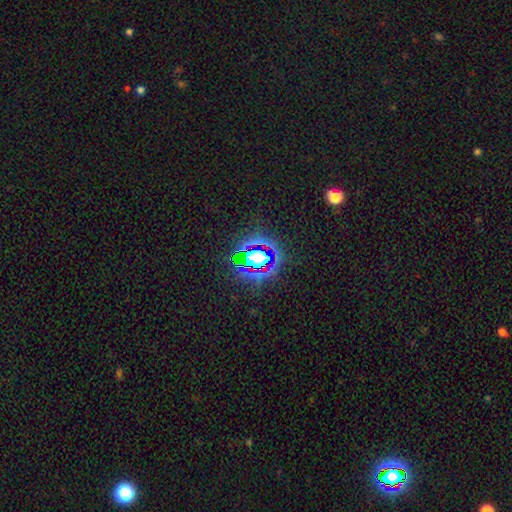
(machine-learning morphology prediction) smooth-or-featured: star or artifact: 69% | smooth: 19% | featured or disk: 12%